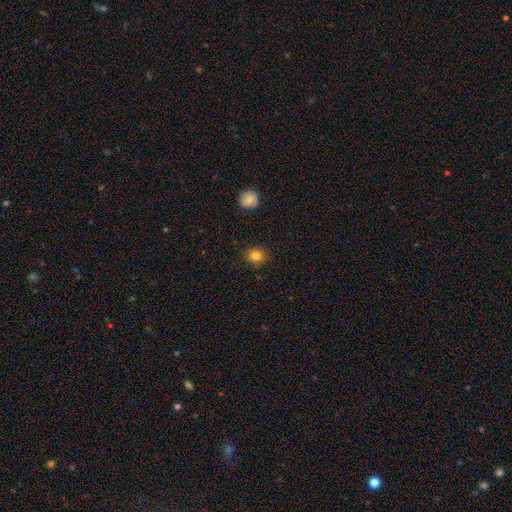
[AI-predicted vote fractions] Smooth or featured? Predicted: smooth (p=0.81). How rounded? Predicted: round (p=0.78). Merging? Predicted: none (p=0.87).